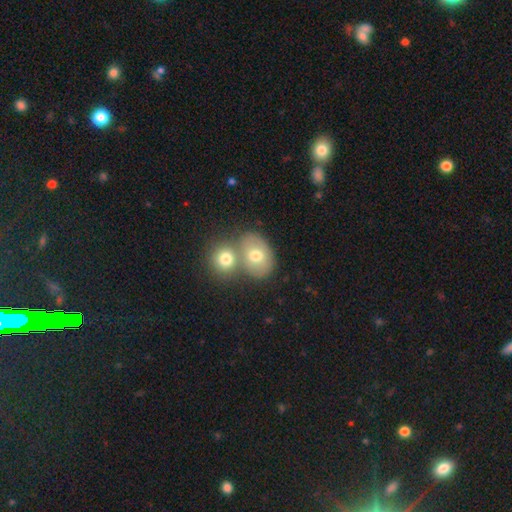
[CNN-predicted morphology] smooth_or_featured: smooth (p=0.71) [alt: featured or disk p=0.20]
how_rounded: in between (p=0.52) [alt: round p=0.47]
merging: merger (p=0.50) [alt: none p=0.37]